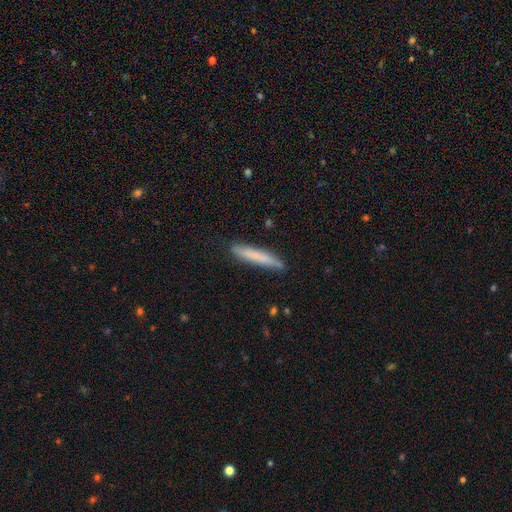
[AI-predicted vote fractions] A smooth galaxy with no disk features (74%) that is cigar-shaped (94%). Merging: none (87%).